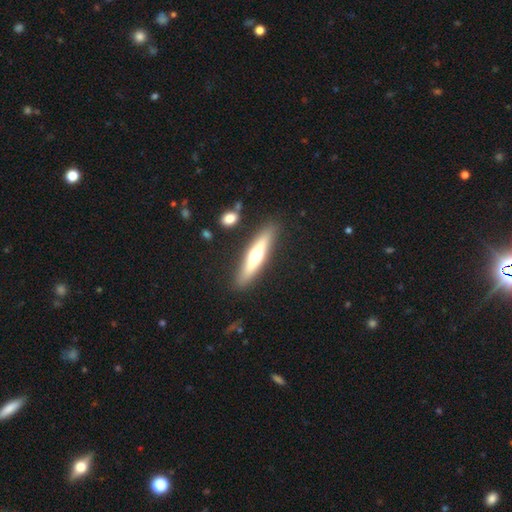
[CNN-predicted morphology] A featured or disk galaxy (52%) viewed edge-on (91%). Merging: none (87%).